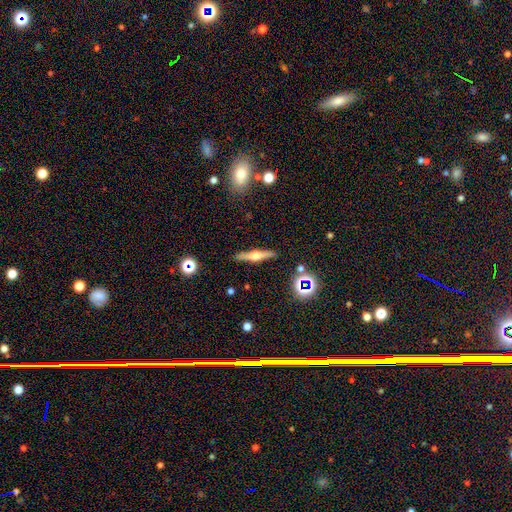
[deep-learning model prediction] smooth_or_featured: featured or disk (p=0.66) [alt: smooth p=0.26]
disk_edge_on: yes (p=0.97) [alt: no p=0.03]
edge_on_bulge: rounded (p=0.92) [alt: boxy p=0.05]
merging: none (p=0.89) [alt: minor disturbance p=0.07]